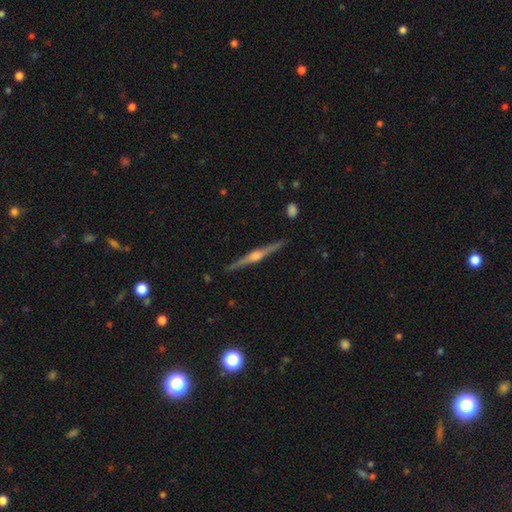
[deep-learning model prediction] A featured or disk galaxy (86%) viewed edge-on (99%) with a rounded central bulge (89%). Merging: none (92%).